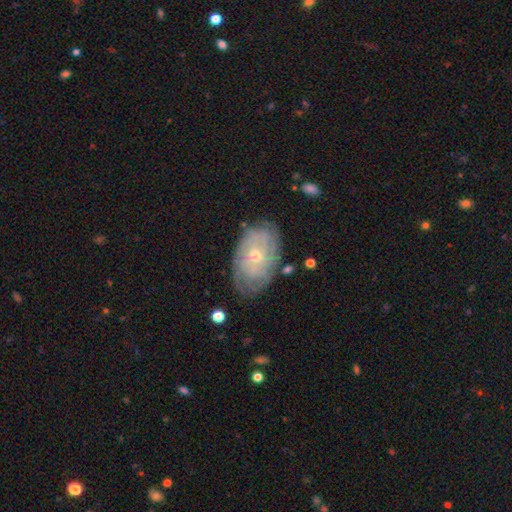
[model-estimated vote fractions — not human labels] A featured or disk galaxy (76%) with no bar (73%), tight (74%) spiral arms (89%) and a small central bulge (59%).

Vote fractions:
- Smooth or featured? featured or disk: 76% / smooth: 17% / star or artifact: 7%
- Edge-on disk? no: 95% / yes: 5%
- Bar? no: 73% / weak: 23% / strong: 4%
- Spiral arms? yes: 89% / no: 11%
- Spiral winding? tight: 74% / medium: 20% / loose: 7%
- Spiral arm count? can't tell: 54% / 4: 13% / 2: 10% / 3: 10% / more than 4: 7% / 1: 5%
- Bulge size? small: 59% / moderate: 38% / large: 1% / none: 1% / dominant: 1%
- Merging? none: 75% / minor disturbance: 18% / major disturbance: 5% / merger: 2%